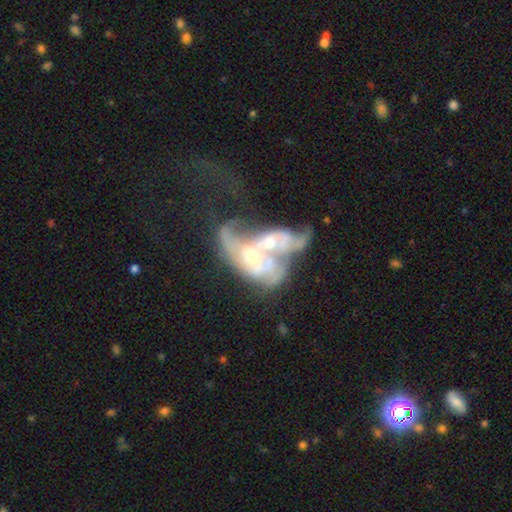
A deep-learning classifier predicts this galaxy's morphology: type=featured or disk (75%); edge-on=no (96%); bar=no (74%); spiral arms=yes (65%); bulge=moderate (43%); merging=merger (73%).